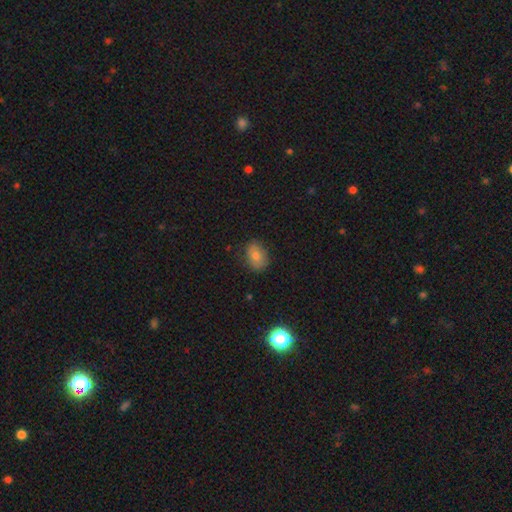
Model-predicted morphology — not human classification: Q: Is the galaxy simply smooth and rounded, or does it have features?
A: smooth — 75%.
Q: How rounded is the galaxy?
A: in between — 73%.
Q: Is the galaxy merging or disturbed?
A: none — 81%.